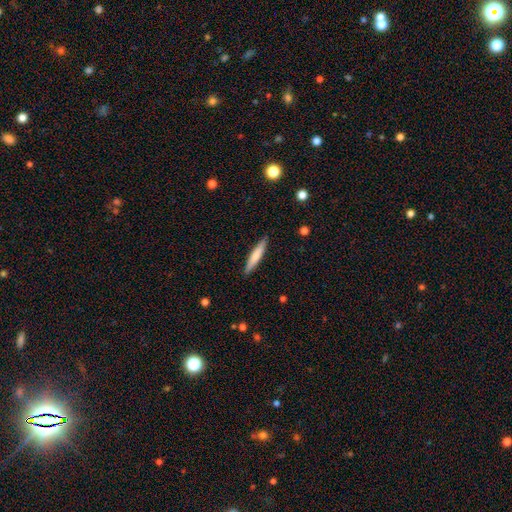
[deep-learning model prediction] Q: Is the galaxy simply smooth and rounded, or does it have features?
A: smooth — 69%.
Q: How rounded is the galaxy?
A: cigar-shaped — 90%.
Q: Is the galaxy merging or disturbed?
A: none — 90%.